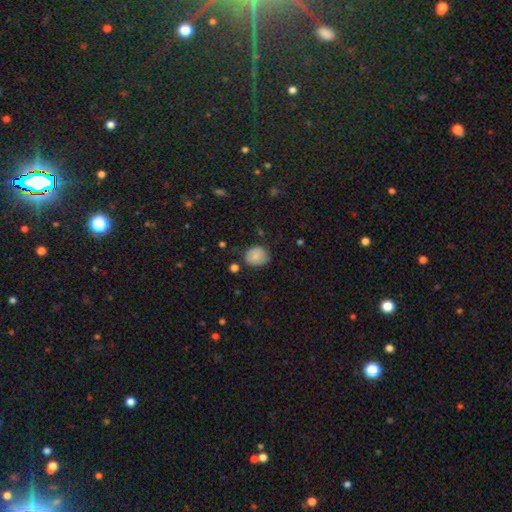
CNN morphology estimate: A smooth galaxy with no disk features (78%) that is round (72%).

Vote fractions:
- Smooth or featured? smooth: 78% / featured or disk: 14% / star or artifact: 9%
- How rounded? round: 72% / in between: 27% / cigar-shaped: 1%
- Merging? none: 71% / minor disturbance: 22% / major disturbance: 4% / merger: 2%